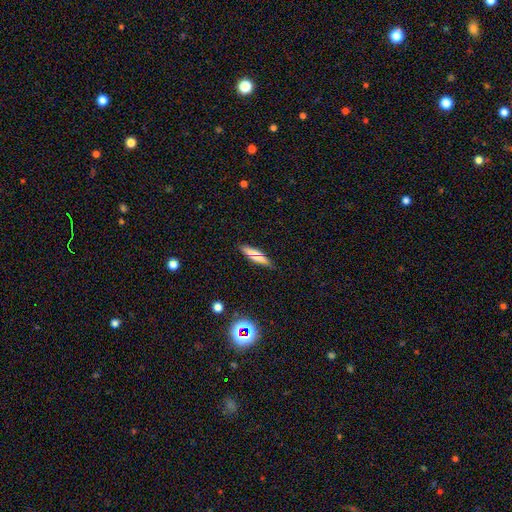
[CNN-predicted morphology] smooth_or_featured: smooth (p=0.67) [alt: featured or disk p=0.22]
how_rounded: cigar-shaped (p=0.78) [alt: in between p=0.19]
merging: none (p=0.83) [alt: minor disturbance p=0.12]